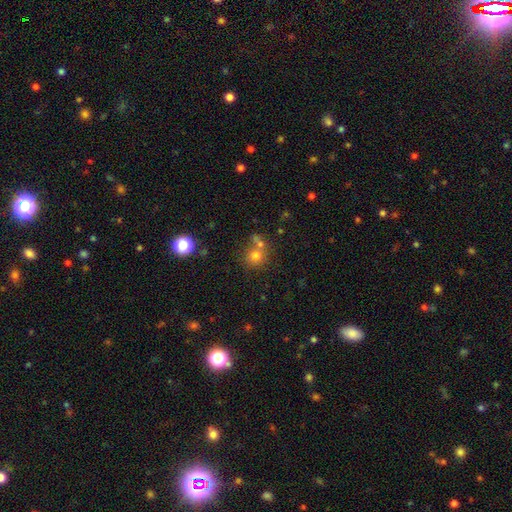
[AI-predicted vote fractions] Smooth or featured?
  - smooth: 73% *
  - star or artifact: 16%
  - featured or disk: 11%
How rounded?
  - round: 85% *
  - in between: 14%
  - cigar-shaped: 1%
Merging?
  - none: 52% *
  - merger: 34%
  - minor disturbance: 9%
  - major disturbance: 4%